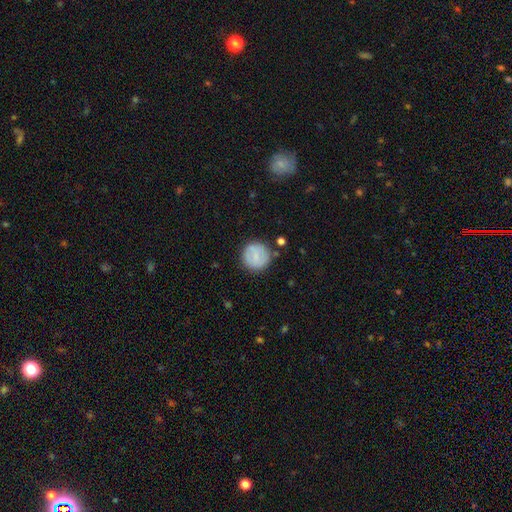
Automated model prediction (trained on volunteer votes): Q: Smooth or featured?
A: smooth (67%); runner-up: featured or disk (26%)
Q: How rounded?
A: round (93%); runner-up: in between (6%)
Q: Merging?
A: none (84%); runner-up: minor disturbance (11%)